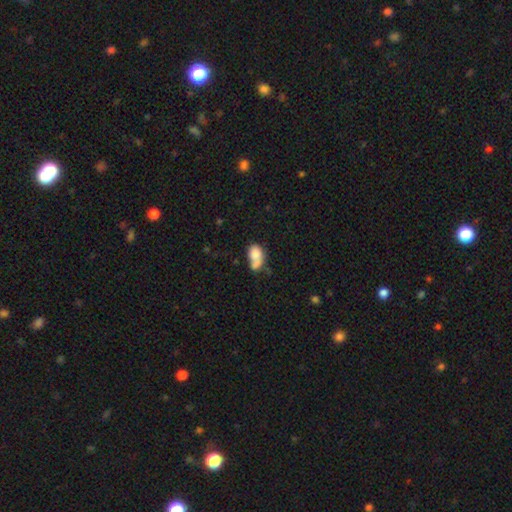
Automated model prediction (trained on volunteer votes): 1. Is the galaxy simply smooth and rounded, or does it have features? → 74% smooth, 17% featured or disk, 9% star or artifact.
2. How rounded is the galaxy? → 78% in between, 20% round, 2% cigar-shaped.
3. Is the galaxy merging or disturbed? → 45% merger, 24% none, 17% minor disturbance, 14% major disturbance.